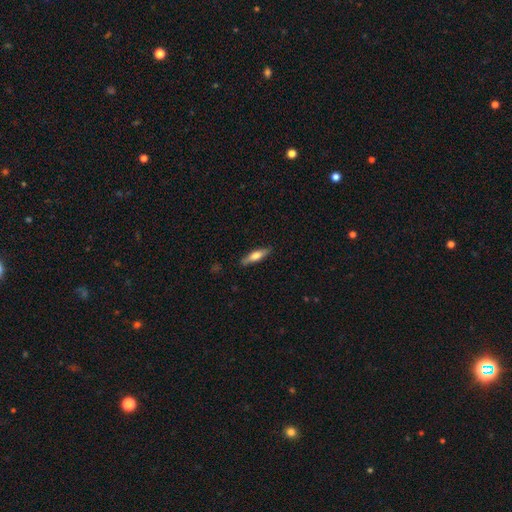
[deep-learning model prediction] Overall: smooth (55%; featured or disk 39%). How rounded: cigar-shaped (71%). Merging: none (85%).